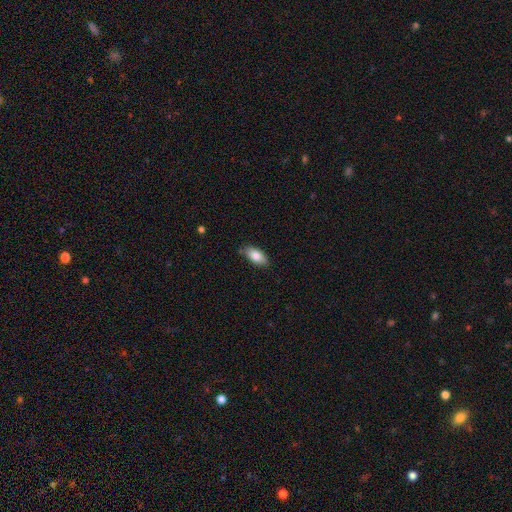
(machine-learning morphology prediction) The model was most divided on "merging": none: 81%, minor disturbance: 15%, major disturbance: 3%, merger: 1%. More confident: how rounded — in between (91%); smooth or featured — smooth (83%).